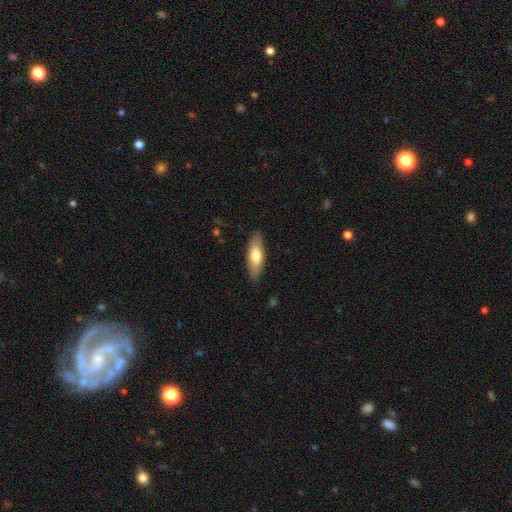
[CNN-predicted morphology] Overall: smooth (69%). How rounded: in between (59%; cigar-shaped 39%). Merging: none (87%).